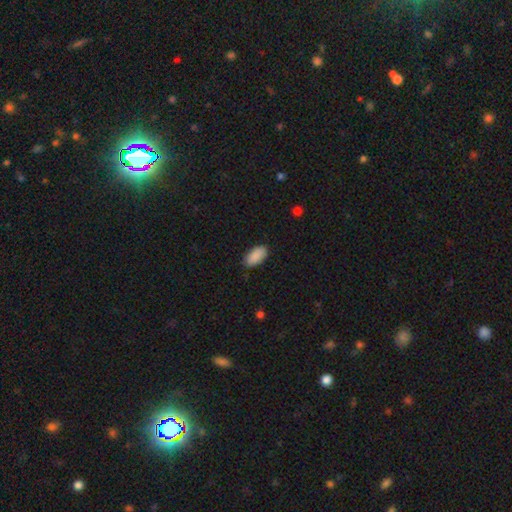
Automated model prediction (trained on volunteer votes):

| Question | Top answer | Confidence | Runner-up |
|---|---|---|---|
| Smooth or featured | smooth | 90% | star or artifact (6%) |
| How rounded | in between | 94% | cigar-shaped (4%) |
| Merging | none | 86% | minor disturbance (11%) |